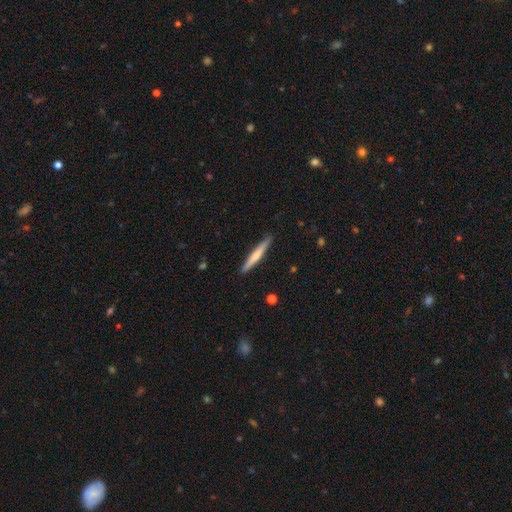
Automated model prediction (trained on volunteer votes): smooth-or-featured: smooth: 58% | featured or disk: 37% | star or artifact: 5%
  how-rounded: cigar-shaped: 96% | in between: 3% | round: 1%
  merging: none: 90% | minor disturbance: 8% | major disturbance: 1% | merger: 1%